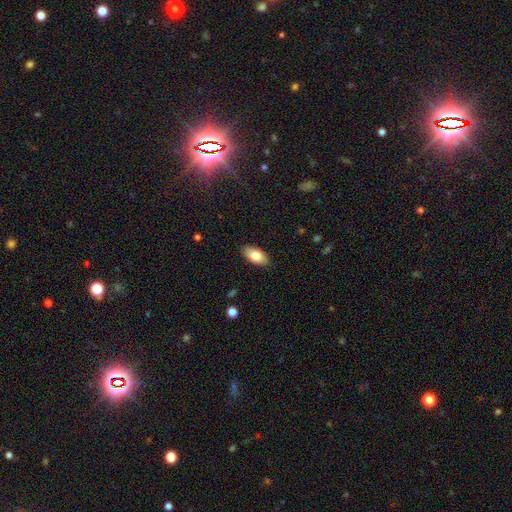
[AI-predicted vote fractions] This is clearly a smooth galaxy (81%). How rounded: clearly in between (92%). Merging: clearly none (88%).